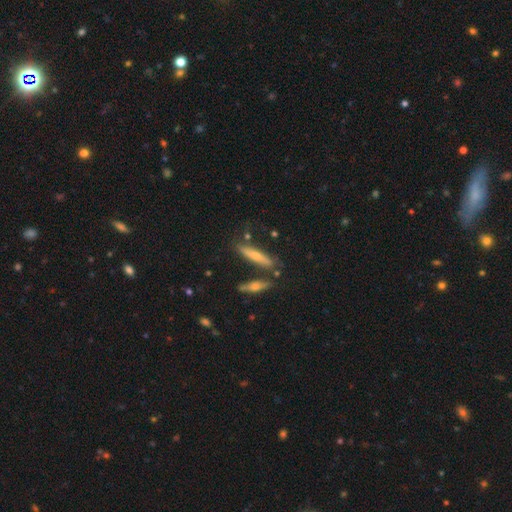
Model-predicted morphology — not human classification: smooth-or-featured: smooth: 57% | featured or disk: 35% | star or artifact: 8%
  how-rounded: cigar-shaped: 85% | in between: 13% | round: 2%
  merging: none: 72% | minor disturbance: 14% | merger: 10% | major disturbance: 4%